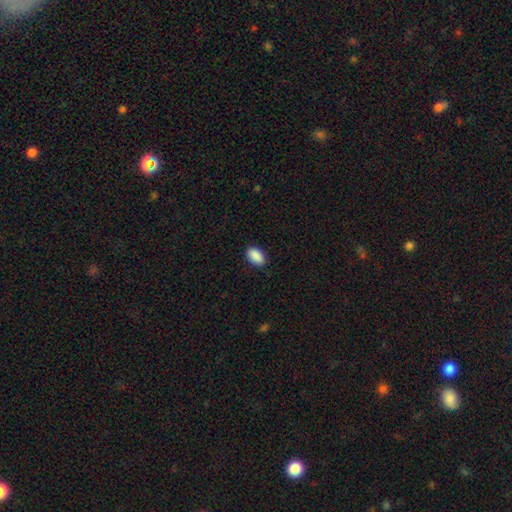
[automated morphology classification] Overall: smooth (91%). How rounded: in between (93%). Merging: none (88%).